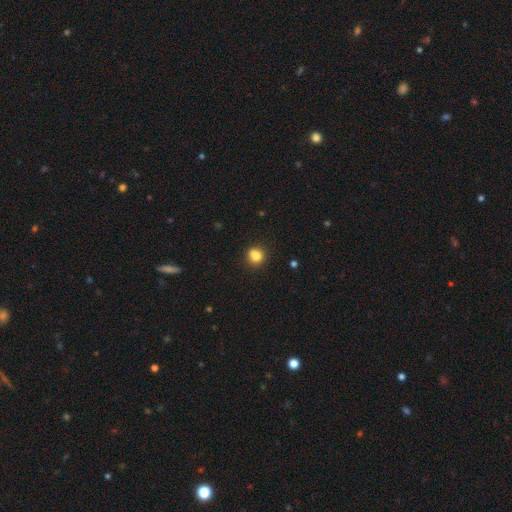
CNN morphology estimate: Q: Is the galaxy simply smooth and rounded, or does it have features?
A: smooth — 81%.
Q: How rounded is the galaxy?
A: round — 73%.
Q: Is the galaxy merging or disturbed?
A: none — 73%.